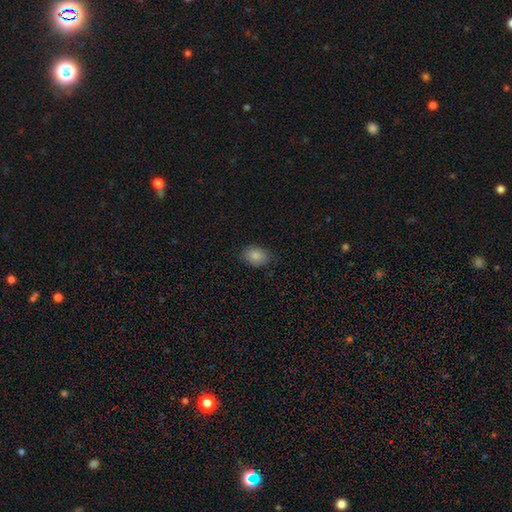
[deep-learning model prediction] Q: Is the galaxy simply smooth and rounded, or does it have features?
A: smooth — 87%.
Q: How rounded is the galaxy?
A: in between — 80%.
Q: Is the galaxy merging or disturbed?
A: none — 81%.